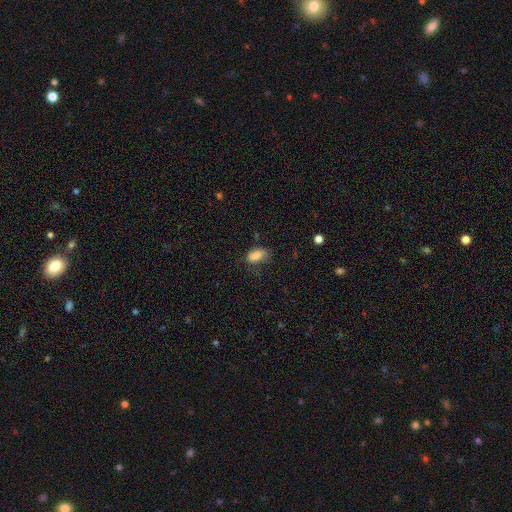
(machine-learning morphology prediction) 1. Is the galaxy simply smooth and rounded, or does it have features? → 84% smooth, 9% star or artifact, 7% featured or disk.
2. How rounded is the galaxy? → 90% in between, 6% round, 4% cigar-shaped.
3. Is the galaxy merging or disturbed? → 52% none, 32% minor disturbance, 13% major disturbance, 2% merger.